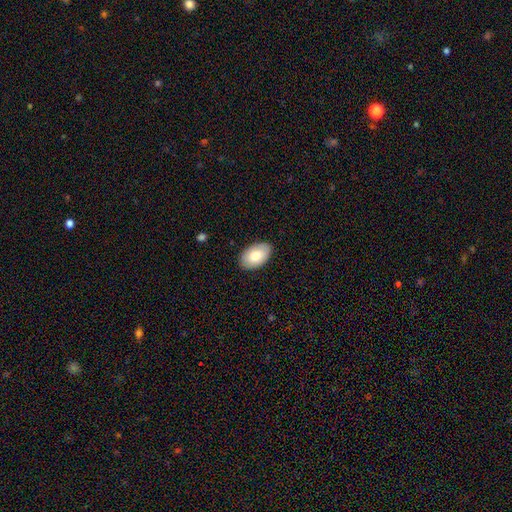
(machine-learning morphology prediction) This is clearly a smooth galaxy (81%). How rounded: clearly in between (93%). Merging: clearly none (86%).